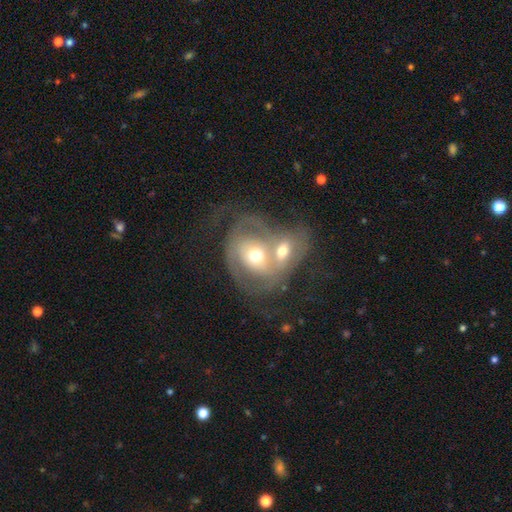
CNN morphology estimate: Smooth or featured: featured or disk — 67% (smooth — 26%)
Edge-on disk: no — 96% (yes — 4%)
Bar: no — 71% (weak — 21%)
Spiral arms: yes — 65% (no — 35%)
Bulge size: moderate — 66% (small — 23%)
Merging: merger — 70% (none — 13%)